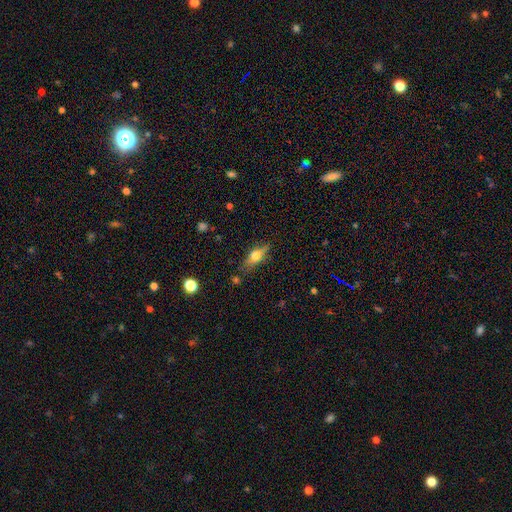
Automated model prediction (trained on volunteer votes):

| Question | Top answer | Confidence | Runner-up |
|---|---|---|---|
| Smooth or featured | smooth | 51% | featured or disk (40%) |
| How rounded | in between | 60% | cigar-shaped (34%) |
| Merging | none | 74% | minor disturbance (18%) |